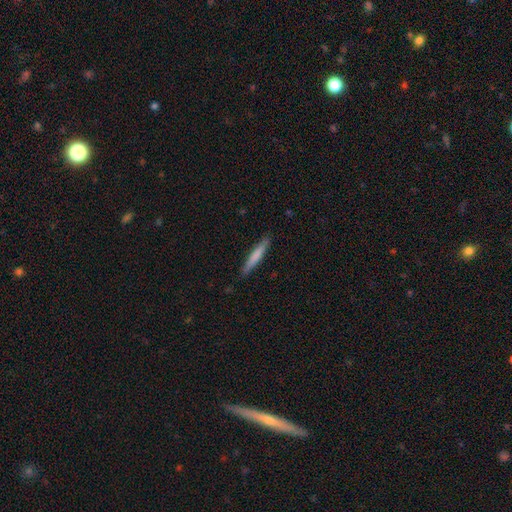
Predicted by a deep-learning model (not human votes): Smooth or featured: smooth — 70% (featured or disk — 25%)
How rounded: cigar-shaped — 95% (in between — 4%)
Merging: none — 89% (minor disturbance — 8%)